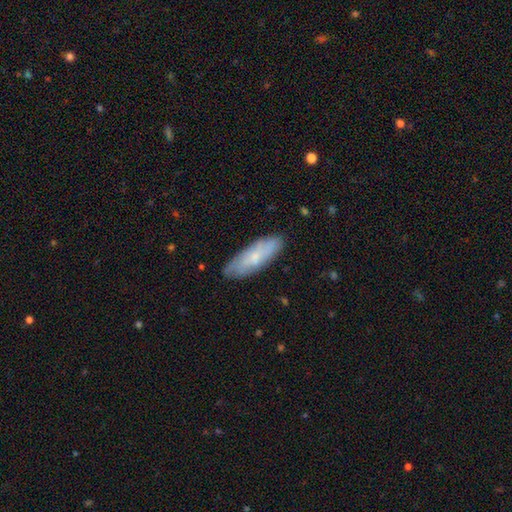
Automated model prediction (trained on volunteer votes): Smooth or featured?
  - smooth: 60% *
  - featured or disk: 33%
  - star or artifact: 7%
How rounded?
  - in between: 55% *
  - cigar-shaped: 43%
  - round: 2%
Merging?
  - none: 81% *
  - minor disturbance: 15%
  - major disturbance: 3%
  - merger: 1%